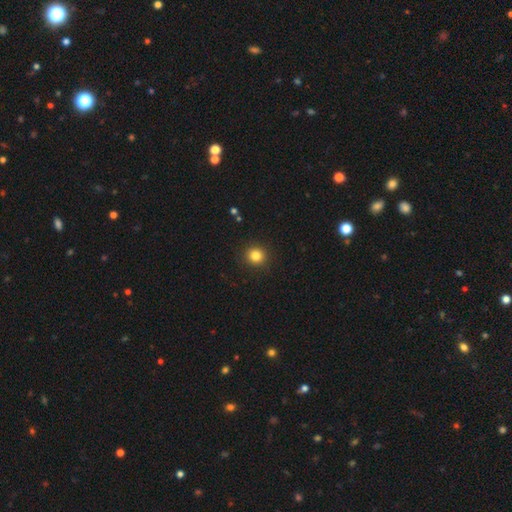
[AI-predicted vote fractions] A smooth galaxy with no disk features (83%) that is round (92%). Merging: none (91%).